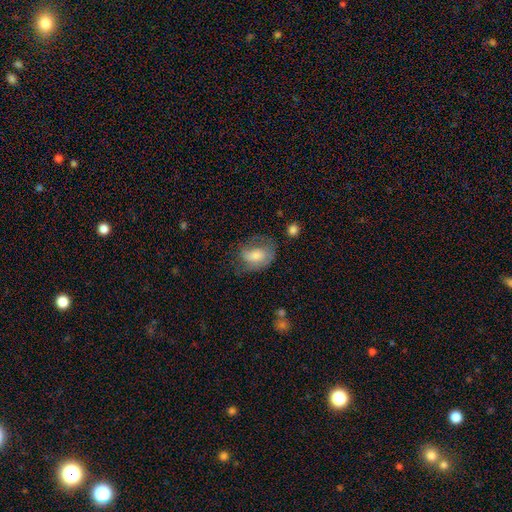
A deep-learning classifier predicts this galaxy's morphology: Smooth or featured: smooth — 63% (featured or disk — 29%)
How rounded: in between — 77% (round — 21%)
Merging: none — 43% (minor disturbance — 29%)